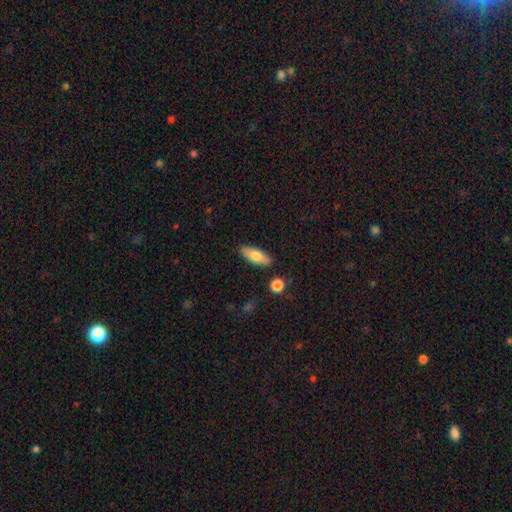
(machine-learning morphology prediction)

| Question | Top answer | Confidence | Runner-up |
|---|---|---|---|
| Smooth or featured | smooth | 74% | featured or disk (20%) |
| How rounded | in between | 73% | cigar-shaped (25%) |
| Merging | none | 86% | minor disturbance (9%) |